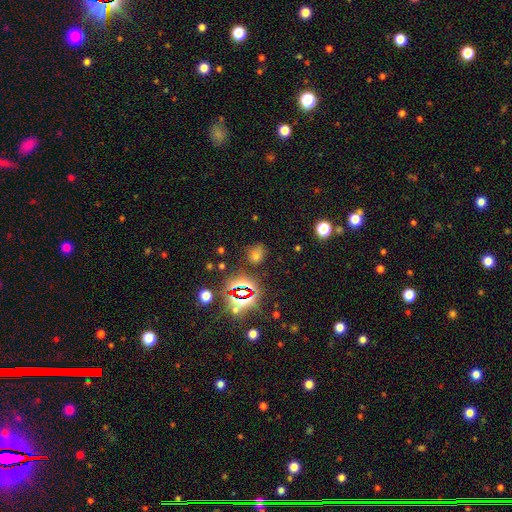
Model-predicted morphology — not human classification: The model was most divided on "smooth or featured": smooth: 48%, star or artifact: 43%, featured or disk: 8%. More confident: merging — none (76%).